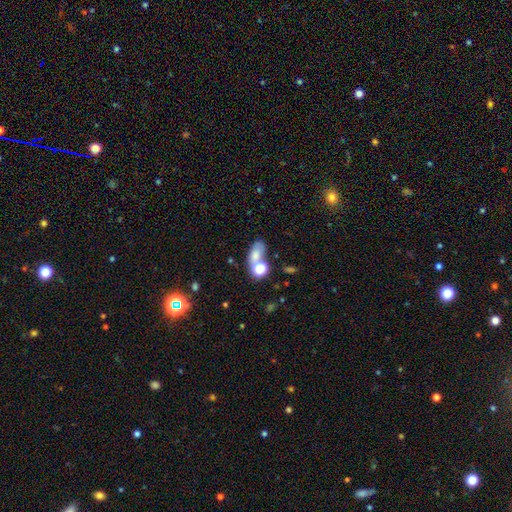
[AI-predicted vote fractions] Smooth or featured? smooth (65%)
How rounded? in between (73%)
Merging? merger (42%)